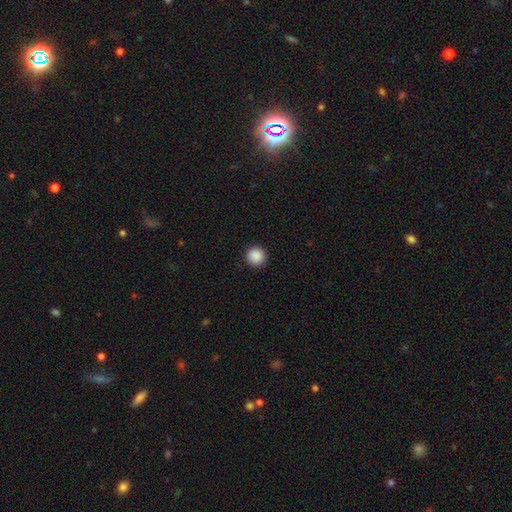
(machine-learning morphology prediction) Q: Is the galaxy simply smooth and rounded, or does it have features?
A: smooth — 89%.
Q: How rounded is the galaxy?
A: round — 96%.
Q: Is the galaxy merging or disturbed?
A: none — 92%.